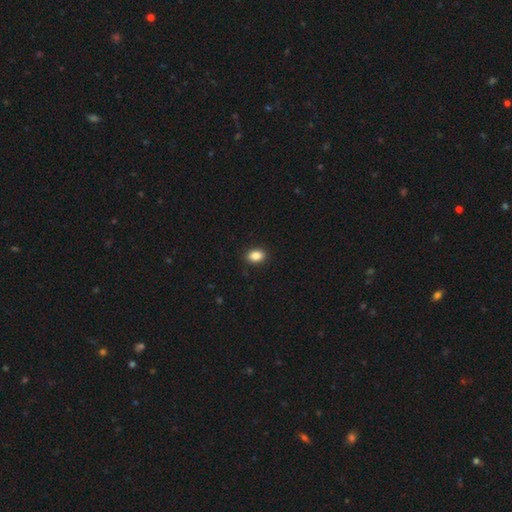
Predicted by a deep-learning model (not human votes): Smooth or featured? Predicted: smooth (p=0.87). How rounded? Predicted: in between (p=0.77). Merging? Predicted: none (p=0.90).